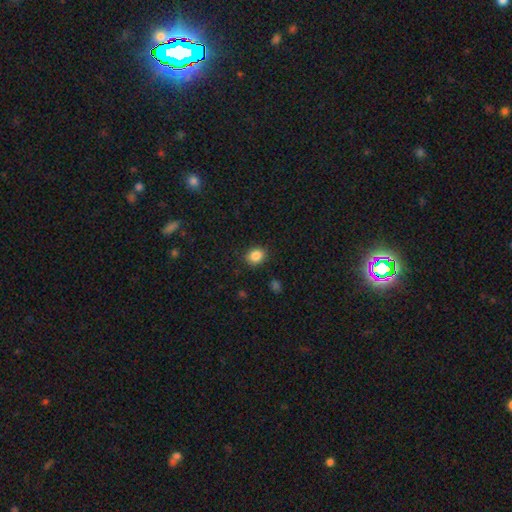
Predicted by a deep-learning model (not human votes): Smooth or featured: smooth — 86% (star or artifact — 10%)
How rounded: round — 59% (in between — 40%)
Merging: none — 89% (minor disturbance — 8%)